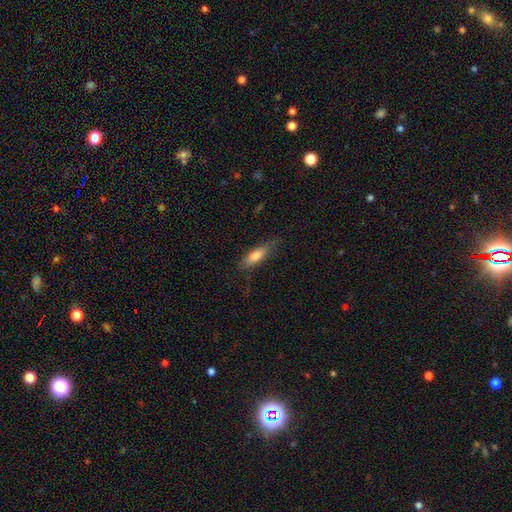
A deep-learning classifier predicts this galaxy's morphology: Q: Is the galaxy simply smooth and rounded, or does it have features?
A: smooth — 76%.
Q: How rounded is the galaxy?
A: in between — 50%.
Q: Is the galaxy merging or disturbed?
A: none — 76%.